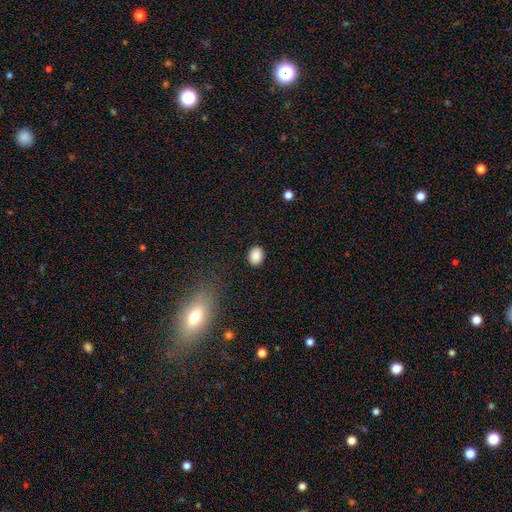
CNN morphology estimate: This is clearly a smooth galaxy (88%). How rounded: likely in between (62%). Merging: clearly none (89%).